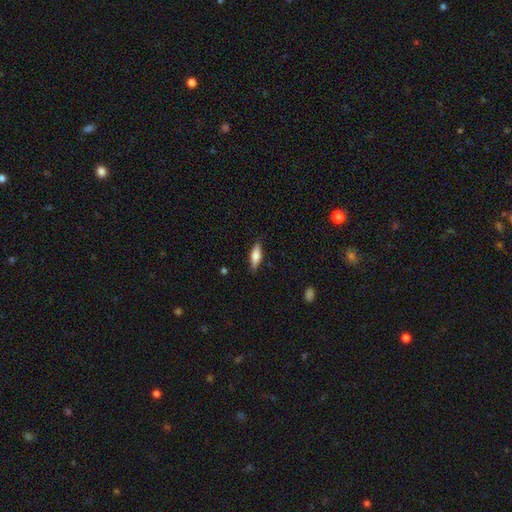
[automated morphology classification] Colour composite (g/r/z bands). It shows a smooth galaxy with no disk features (62%) that is in between round and cigar-shaped (51%). Merging: none (85%).